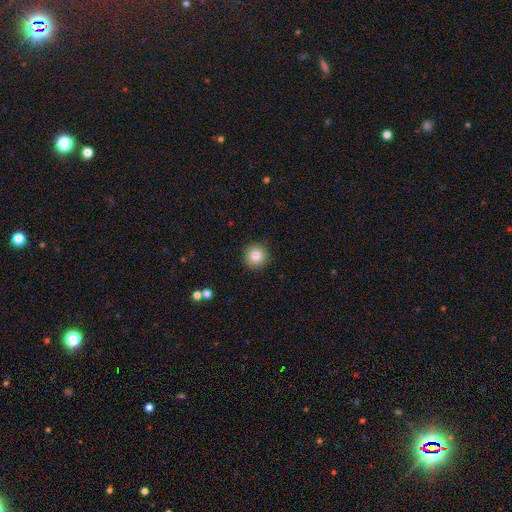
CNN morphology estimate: A smooth galaxy with no disk features (83%) that is round (95%).

Vote fractions:
- Smooth or featured? smooth: 83% / star or artifact: 10% / featured or disk: 7%
- How rounded? round: 95% / in between: 4% / cigar-shaped: 1%
- Merging? none: 91% / minor disturbance: 6% / major disturbance: 2% / merger: 1%